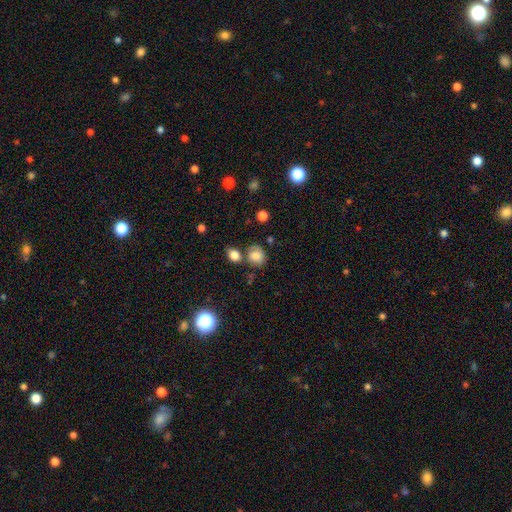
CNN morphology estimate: A smooth galaxy with no disk features (74%) that is round (67%). Merging: none (62%).